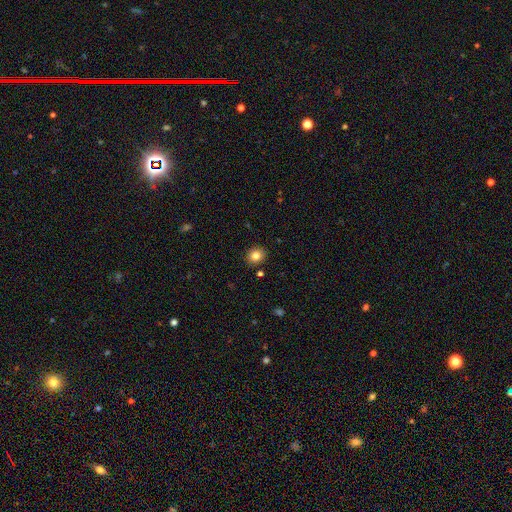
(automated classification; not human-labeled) smooth-or-featured: smooth: 82% | star or artifact: 11% | featured or disk: 7%
  how-rounded: round: 82% | in between: 18% | cigar-shaped: 1%
  merging: none: 90% | minor disturbance: 7% | major disturbance: 2% | merger: 2%